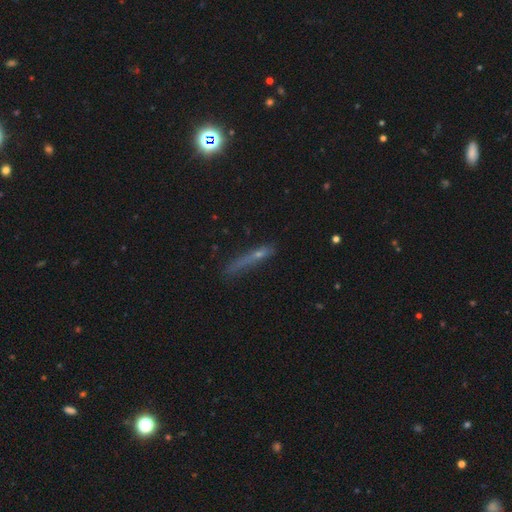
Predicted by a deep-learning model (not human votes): Smooth or featured? Predicted: smooth (p=0.48). Merging? Predicted: none (p=0.59).